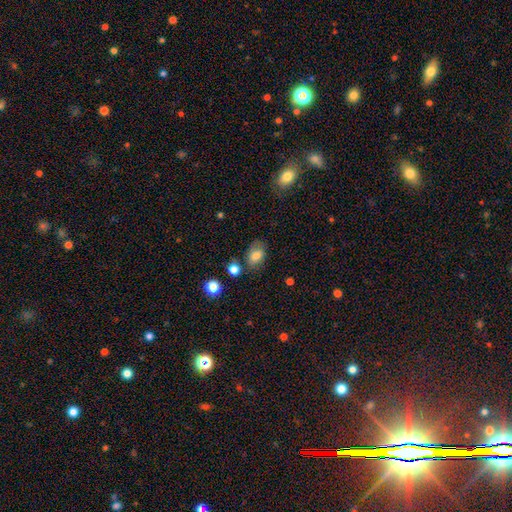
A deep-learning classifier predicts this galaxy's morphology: Smooth or featured: smooth — 77% (featured or disk — 12%)
How rounded: in between — 79% (round — 19%)
Merging: none — 65% (minor disturbance — 22%)